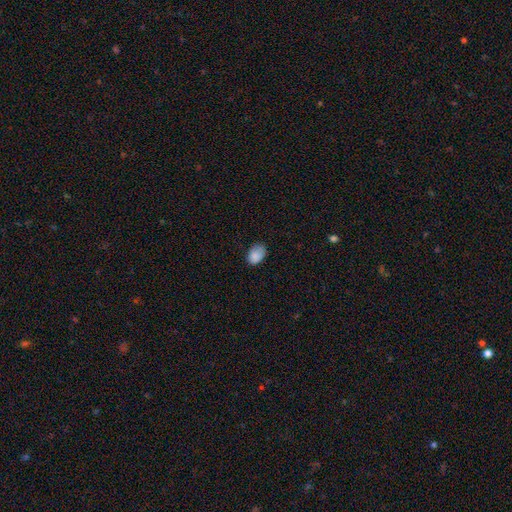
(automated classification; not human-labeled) smooth-or-featured: smooth: 85% | star or artifact: 8% | featured or disk: 6%
  how-rounded: in between: 81% | round: 18% | cigar-shaped: 1%
  merging: none: 65% | minor disturbance: 28% | major disturbance: 6% | merger: 1%